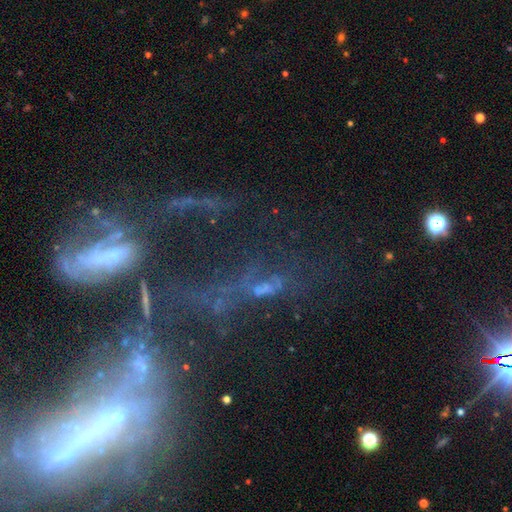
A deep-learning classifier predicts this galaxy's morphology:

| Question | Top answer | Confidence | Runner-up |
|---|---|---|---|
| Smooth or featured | featured or disk | 41% | star or artifact (40%) |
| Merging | none | 33% | major disturbance (29%) |